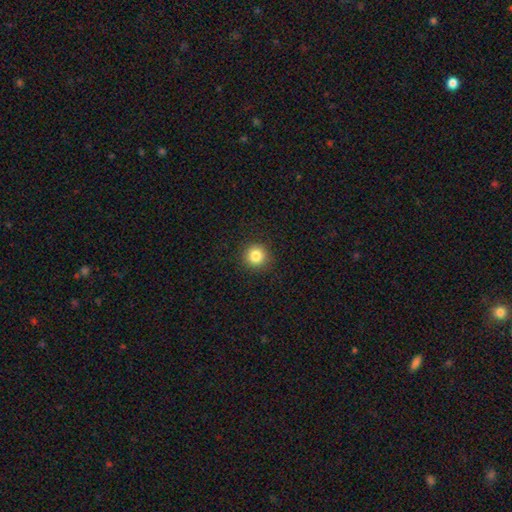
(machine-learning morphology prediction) A smooth galaxy with no disk features (84%) that is round (94%).

Vote fractions:
- Smooth or featured? smooth: 84% / star or artifact: 11% / featured or disk: 5%
- How rounded? round: 94% / in between: 5% / cigar-shaped: 1%
- Merging? none: 92% / minor disturbance: 5% / major disturbance: 2% / merger: 1%